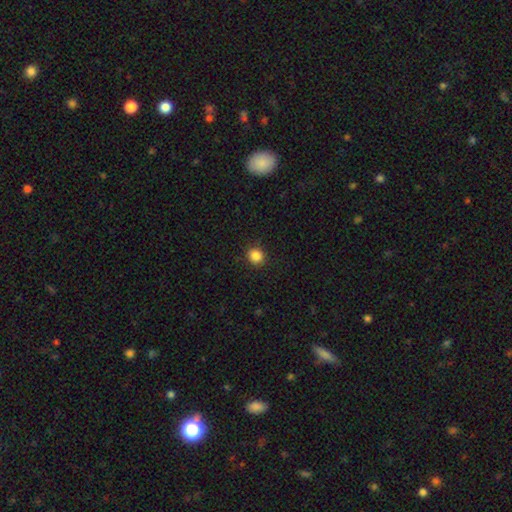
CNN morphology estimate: type=smooth (86%); roundness=round (89%); merging=none (89%).